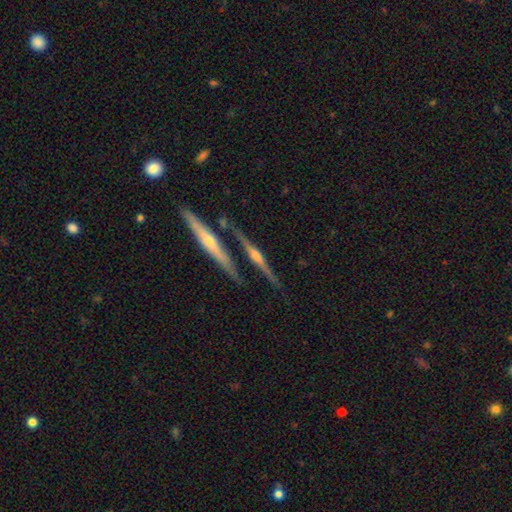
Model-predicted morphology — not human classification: A featured or disk galaxy (80%) viewed edge-on (97%) with a rounded central bulge (86%).

Vote fractions:
- Smooth or featured? featured or disk: 80% / smooth: 13% / star or artifact: 7%
- Edge-on disk? yes: 97% / no: 3%
- Edge-on bulge? rounded: 86% / none: 7% / boxy: 7%
- Merging? none: 76% / merger: 12% / minor disturbance: 9% / major disturbance: 3%